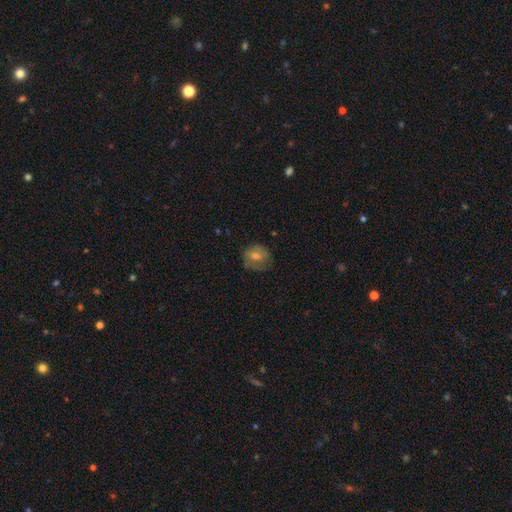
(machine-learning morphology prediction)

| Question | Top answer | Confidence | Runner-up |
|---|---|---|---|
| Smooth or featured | smooth | 50% | featured or disk (37%) |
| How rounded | round | 77% | in between (22%) |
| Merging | none | 73% | minor disturbance (19%) |